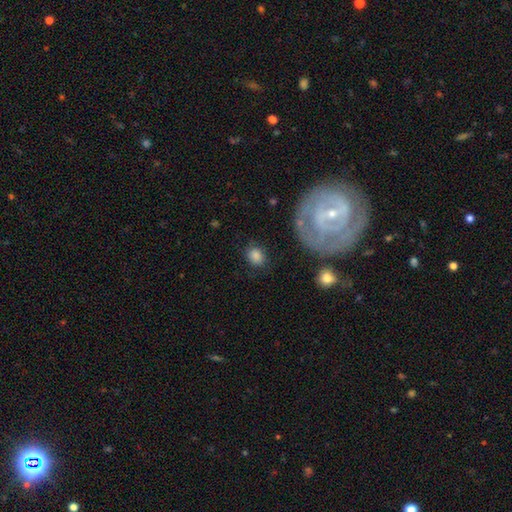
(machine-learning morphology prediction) This is clearly a smooth galaxy (81%). How rounded: possibly in between (50%). Merging: likely none (75%).